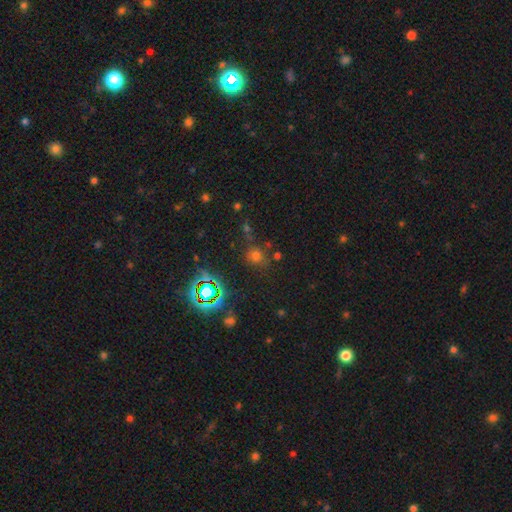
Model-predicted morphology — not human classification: Smooth or featured?
  - smooth: 54% *
  - star or artifact: 37%
  - featured or disk: 9%
How rounded?
  - round: 80% *
  - in between: 18%
  - cigar-shaped: 2%
Merging?
  - none: 68% *
  - minor disturbance: 14%
  - merger: 10%
  - major disturbance: 8%